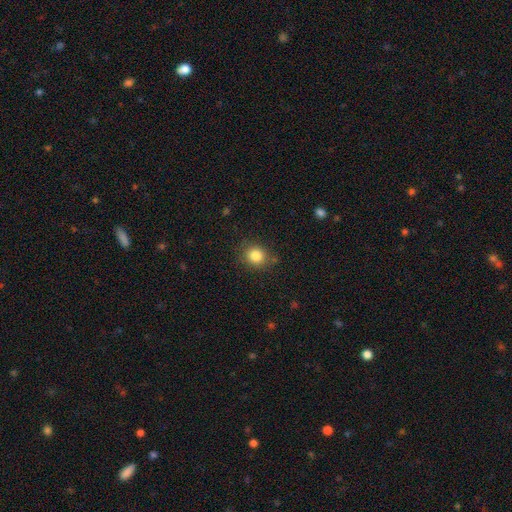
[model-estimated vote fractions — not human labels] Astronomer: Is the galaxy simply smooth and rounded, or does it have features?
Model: smooth — 84%.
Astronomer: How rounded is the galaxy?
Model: round — 77%.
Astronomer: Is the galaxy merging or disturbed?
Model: none — 82%.